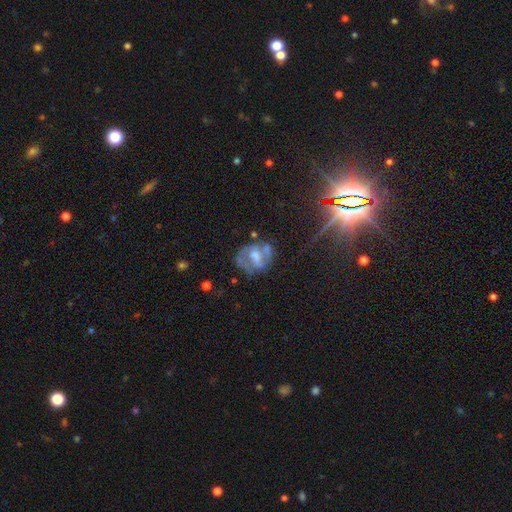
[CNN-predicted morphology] This appears to be a featured or disk galaxy (62%) with no bar (38%), no spiral arms (53%) and a moderate central bulge (50%). Merging: none (55%).